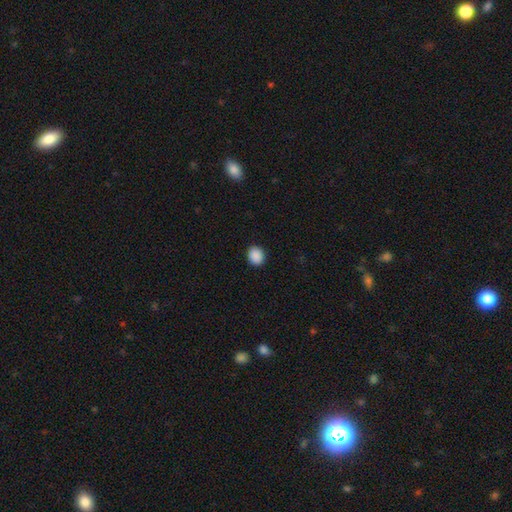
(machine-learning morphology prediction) Overall: smooth (89%). How rounded: round (73%). Merging: none (91%).